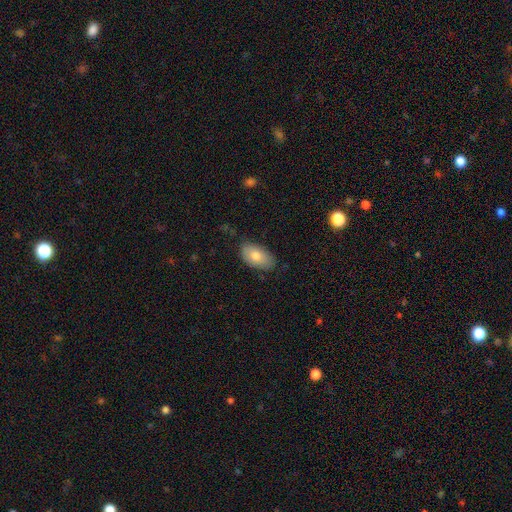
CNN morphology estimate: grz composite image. It shows a smooth galaxy with no disk features (77%) that is in between round and cigar-shaped (94%). Merging: none (79%).